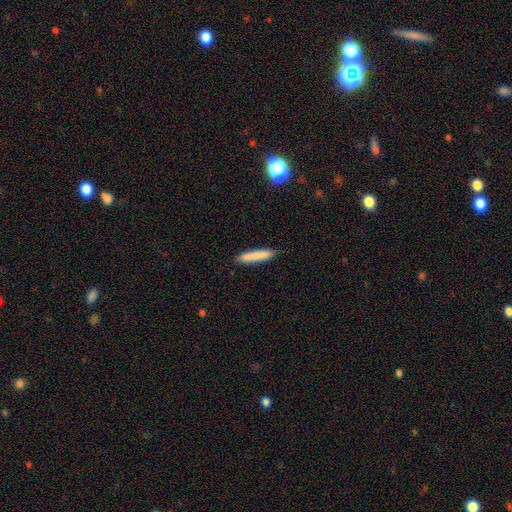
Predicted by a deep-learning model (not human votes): Smooth or featured: smooth — 83% (featured or disk — 10%)
How rounded: cigar-shaped — 89% (in between — 10%)
Merging: none — 86% (minor disturbance — 11%)